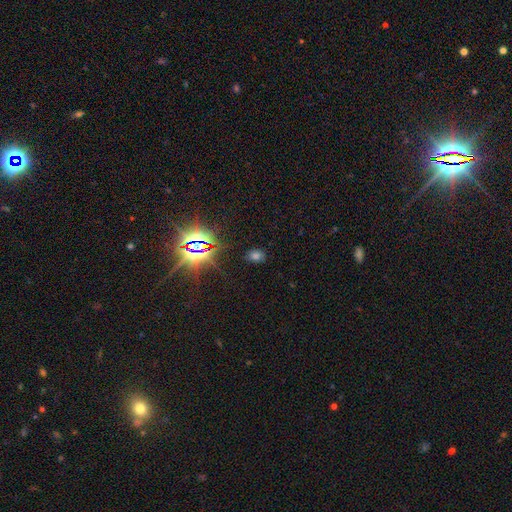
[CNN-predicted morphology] smooth_or_featured: smooth (p=0.49) [alt: star or artifact p=0.43]
merging: none (p=0.83) [alt: minor disturbance p=0.11]